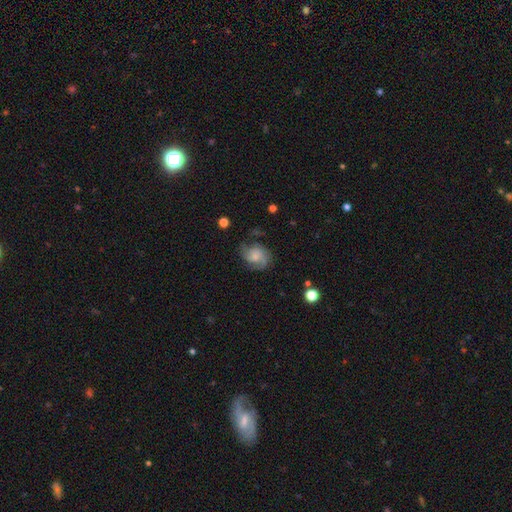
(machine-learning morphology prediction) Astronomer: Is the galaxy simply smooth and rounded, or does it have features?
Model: featured or disk — 61%.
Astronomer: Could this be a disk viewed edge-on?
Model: no — 97%.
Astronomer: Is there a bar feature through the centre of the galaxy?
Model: no — 69%.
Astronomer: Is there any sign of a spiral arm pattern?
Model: yes — 88%.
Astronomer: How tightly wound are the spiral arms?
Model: medium — 46% (runner-up: tight, 31%).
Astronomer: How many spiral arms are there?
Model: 2 — 41% (runner-up: 3, 23%).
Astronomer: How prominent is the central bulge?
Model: small — 46% (runner-up: moderate, 31%).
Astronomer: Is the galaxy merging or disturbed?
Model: none — 60%.